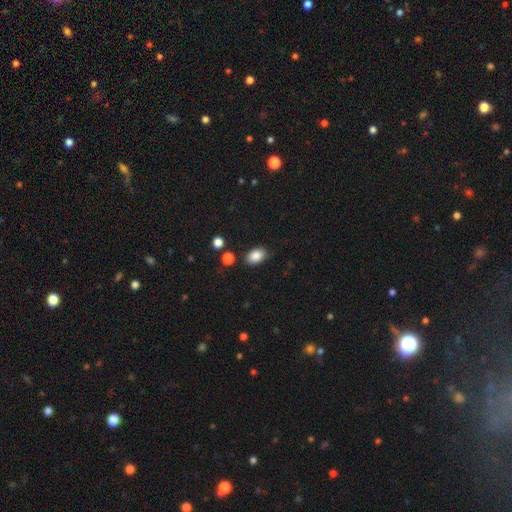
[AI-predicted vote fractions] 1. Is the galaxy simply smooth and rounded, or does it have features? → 86% smooth, 8% star or artifact, 6% featured or disk.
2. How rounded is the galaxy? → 87% in between, 12% round, 1% cigar-shaped.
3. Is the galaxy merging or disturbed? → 83% none, 11% minor disturbance, 3% merger, 3% major disturbance.